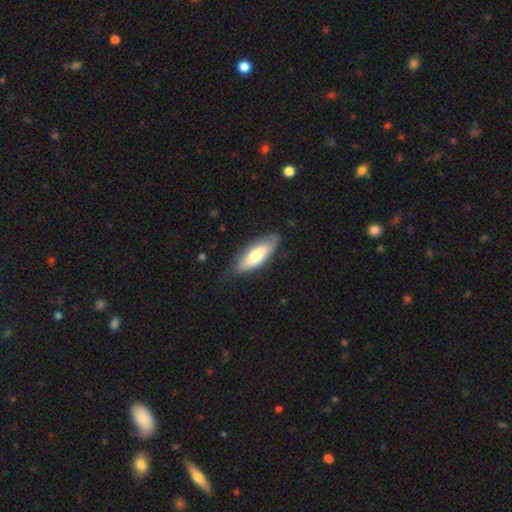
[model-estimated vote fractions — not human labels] This appears to be a smooth galaxy with no disk features (70%) that is in between round and cigar-shaped (63%). Merging: none (78%).